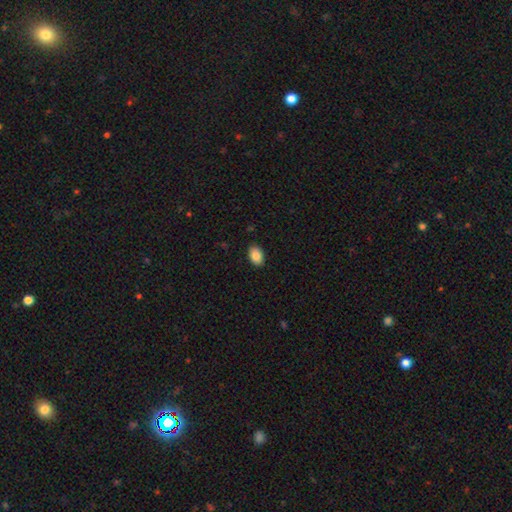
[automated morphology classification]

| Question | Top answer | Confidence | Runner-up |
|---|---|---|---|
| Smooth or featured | smooth | 87% | star or artifact (7%) |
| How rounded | in between | 88% | round (10%) |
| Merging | none | 89% | minor disturbance (8%) |